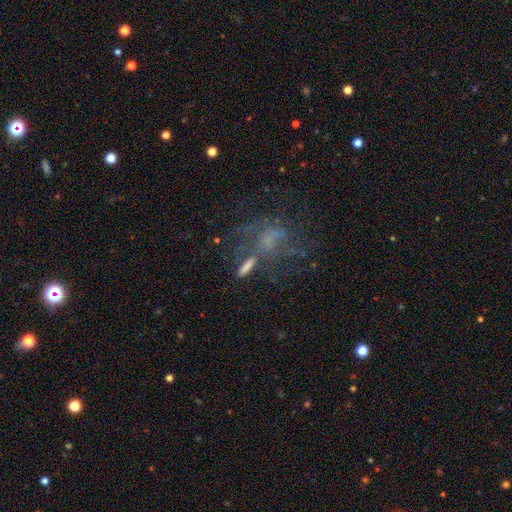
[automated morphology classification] Q: Smooth or featured?
A: star or artifact (46%); runner-up: smooth (33%)